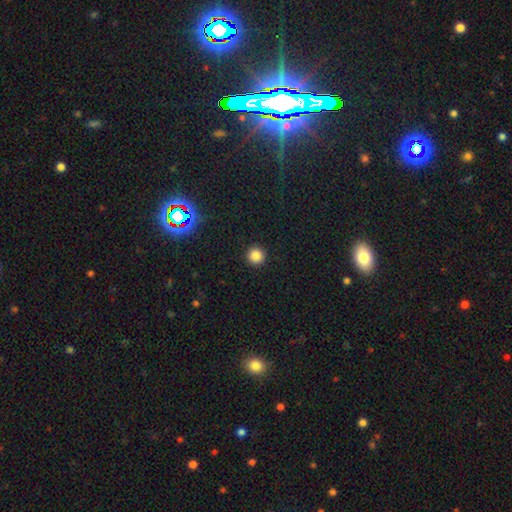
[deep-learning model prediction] This appears to be a smooth galaxy with no disk features (83%) that is round (96%). Merging: none (93%).